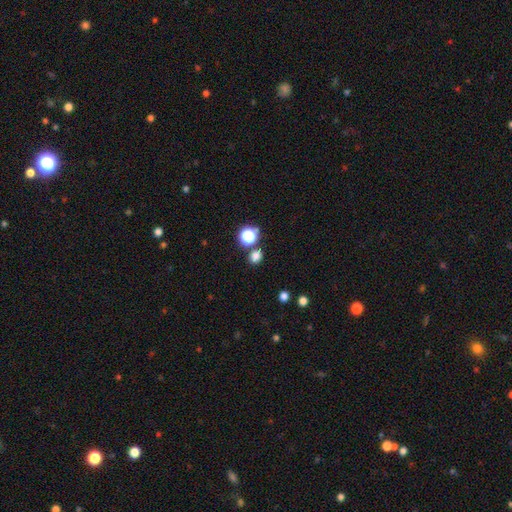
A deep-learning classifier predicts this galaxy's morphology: This appears to be a smooth galaxy with no disk features (76%) that is round (62%). Merging: none (79%).